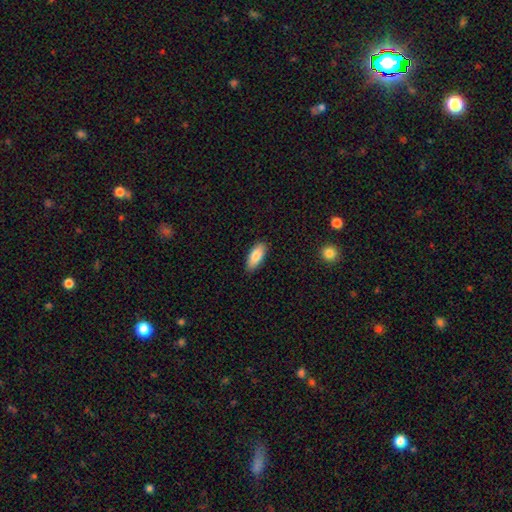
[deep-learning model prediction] Smooth or featured? smooth (82%)
How rounded? in between (85%)
Merging? none (87%)